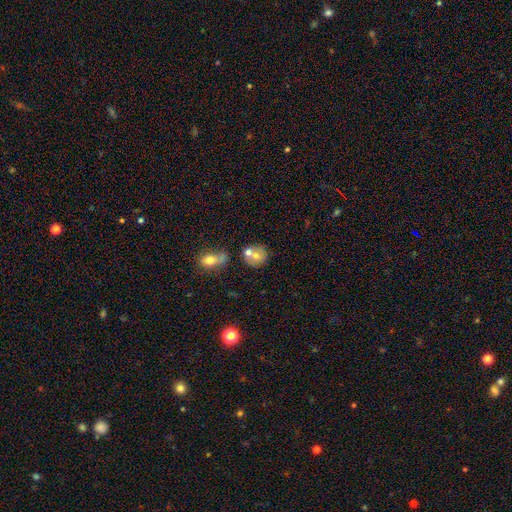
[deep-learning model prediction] The model was most divided on "merging": none: 45%, merger: 40%, minor disturbance: 11%, major disturbance: 4%. More confident: how rounded — round (75%); smooth or featured — smooth (66%).